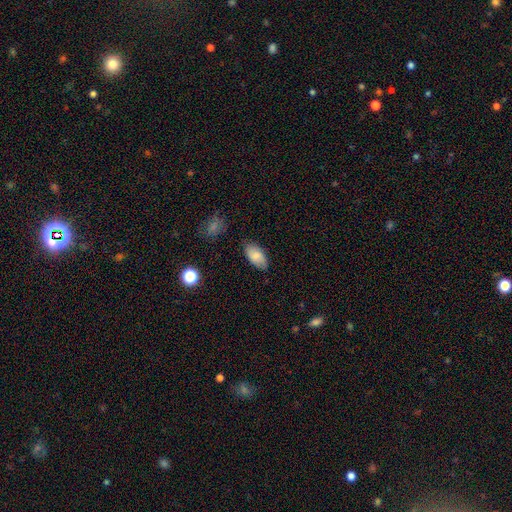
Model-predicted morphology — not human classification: Smooth or featured? smooth (82%)
How rounded? in between (94%)
Merging? none (80%)